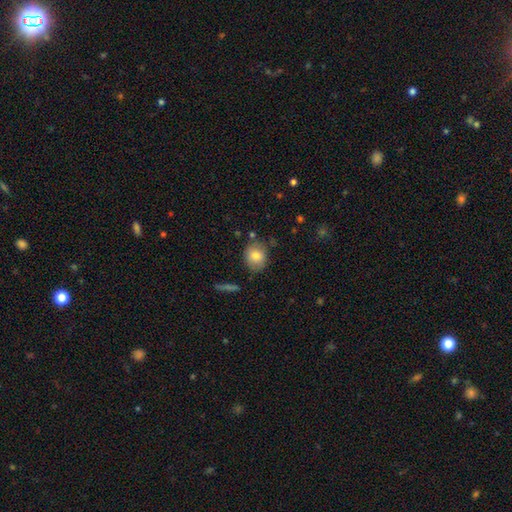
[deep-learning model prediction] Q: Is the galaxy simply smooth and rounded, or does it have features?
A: smooth — 79%.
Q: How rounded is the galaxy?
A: round — 61%.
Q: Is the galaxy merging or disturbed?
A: none — 76%.